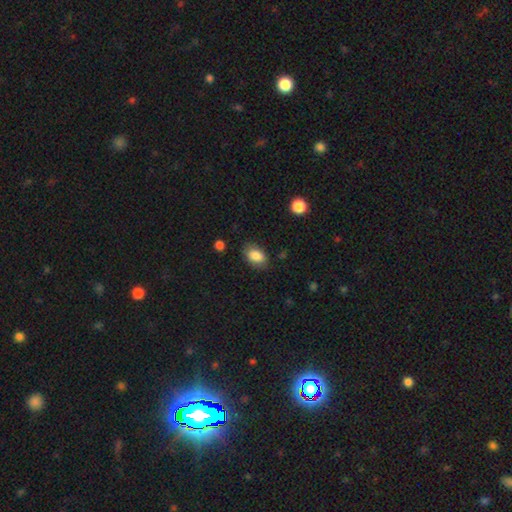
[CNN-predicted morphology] type=smooth (86%); roundness=in between (86%); merging=none (80%).